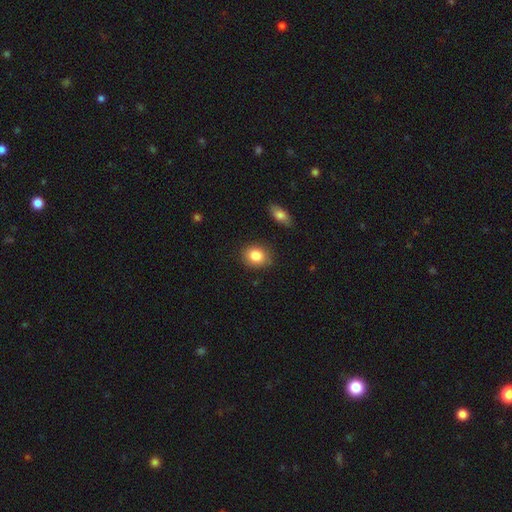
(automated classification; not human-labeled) smooth_or_featured: smooth (p=0.84) [alt: star or artifact p=0.08]
how_rounded: round (p=0.59) [alt: in between p=0.40]
merging: none (p=0.84) [alt: minor disturbance p=0.11]